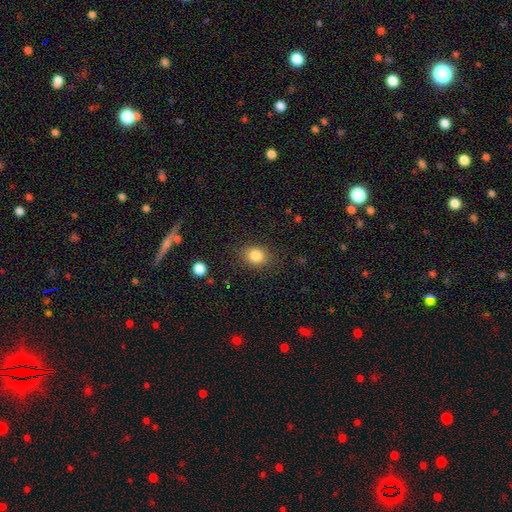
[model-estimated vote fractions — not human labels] Smooth or featured?
  - smooth: 84% *
  - star or artifact: 10%
  - featured or disk: 6%
How rounded?
  - round: 51% *
  - in between: 48%
  - cigar-shaped: 1%
Merging?
  - none: 84% *
  - minor disturbance: 11%
  - major disturbance: 4%
  - merger: 1%